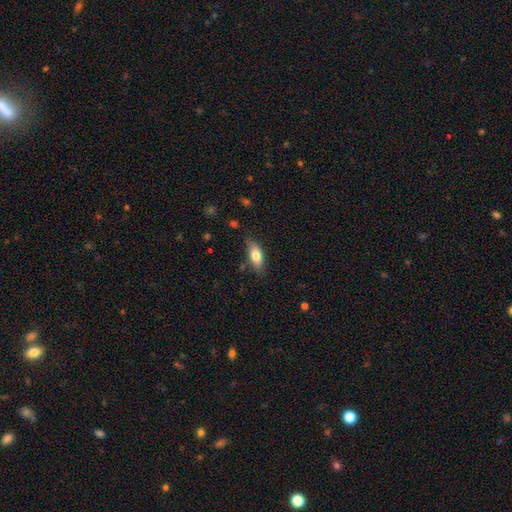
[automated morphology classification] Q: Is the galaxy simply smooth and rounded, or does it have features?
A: smooth — 74%.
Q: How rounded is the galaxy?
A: in between — 80%.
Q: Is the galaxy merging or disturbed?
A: none — 77%.